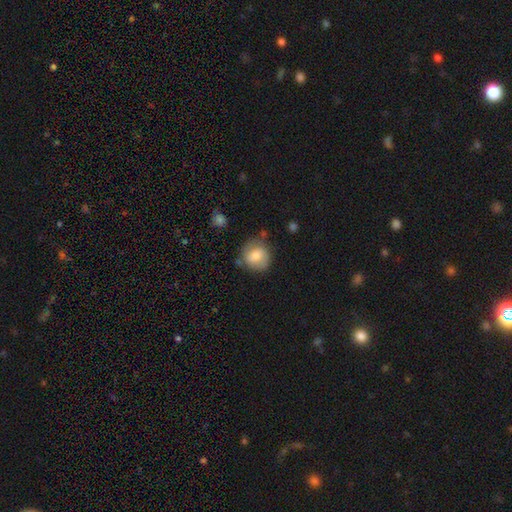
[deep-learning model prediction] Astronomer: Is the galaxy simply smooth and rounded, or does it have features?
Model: smooth — 62%.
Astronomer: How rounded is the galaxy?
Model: round — 82%.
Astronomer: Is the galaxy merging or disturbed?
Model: none — 68%.